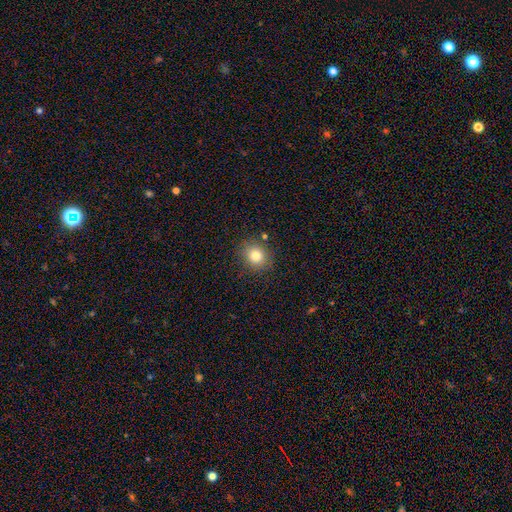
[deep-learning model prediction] A smooth galaxy with no disk features (81%) that is round (74%).

Vote fractions:
- Smooth or featured? smooth: 81% / star or artifact: 11% / featured or disk: 8%
- How rounded? round: 74% / in between: 25% / cigar-shaped: 1%
- Merging? none: 85% / minor disturbance: 9% / major disturbance: 3% / merger: 3%